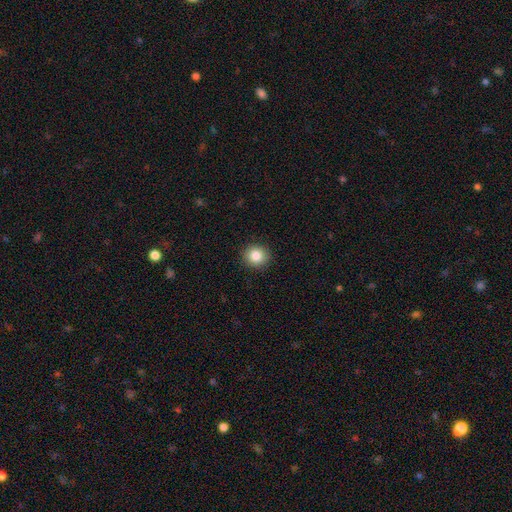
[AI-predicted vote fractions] smooth_or_featured: smooth (p=0.85) [alt: star or artifact p=0.10]
how_rounded: round (p=0.88) [alt: in between p=0.11]
merging: none (p=0.91) [alt: minor disturbance p=0.06]